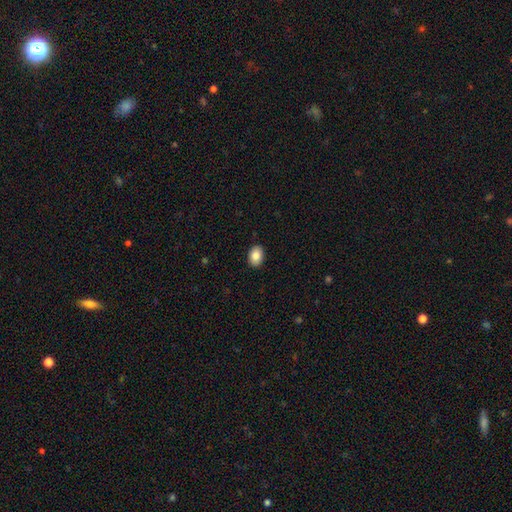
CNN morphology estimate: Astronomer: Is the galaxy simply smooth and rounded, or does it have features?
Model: smooth — 87%.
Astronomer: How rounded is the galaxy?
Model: in between — 82%.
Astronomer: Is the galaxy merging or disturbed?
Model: none — 91%.